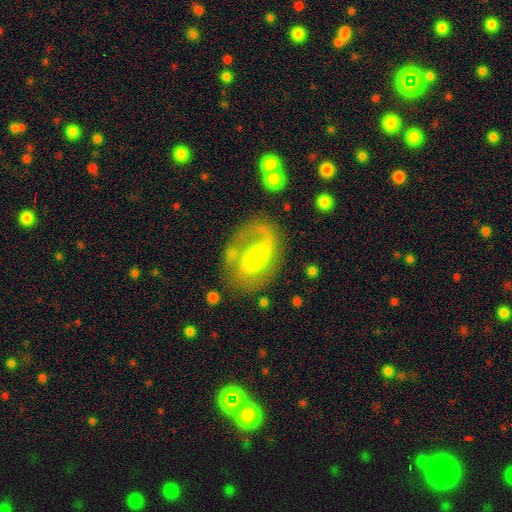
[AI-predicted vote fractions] This is likely a featured or disk galaxy (76%). It is clearly not viewed edge-on (95%). Bar: marginally weak (39%). Spiral arm pattern: clearly yes (82%). Spiral arm count: possibly 2 (50%). Spiral winding: marginally medium (45%). Central bulge: possibly moderate (51%). Merging: possibly none (58%).